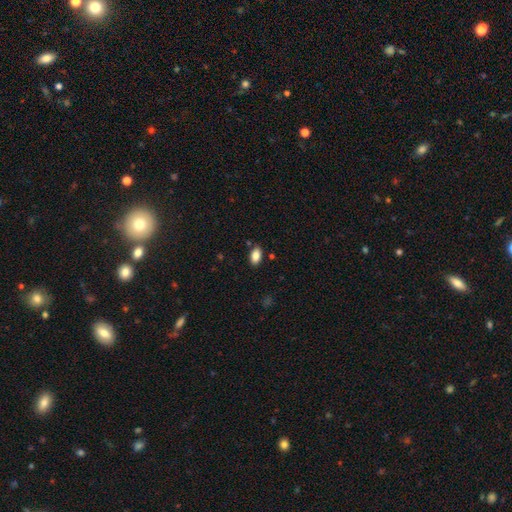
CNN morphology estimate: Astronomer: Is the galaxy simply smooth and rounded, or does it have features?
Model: smooth — 85%.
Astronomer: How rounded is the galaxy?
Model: in between — 92%.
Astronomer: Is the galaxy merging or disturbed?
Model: none — 86%.